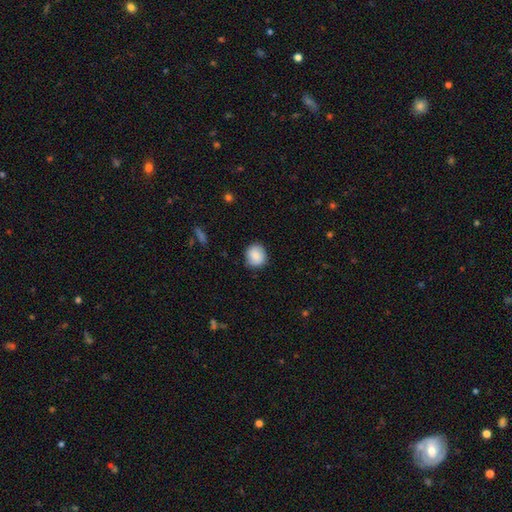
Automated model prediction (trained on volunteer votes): Smooth or featured: smooth — 84% (featured or disk — 8%)
How rounded: round — 82% (in between — 17%)
Merging: none — 81% (minor disturbance — 15%)